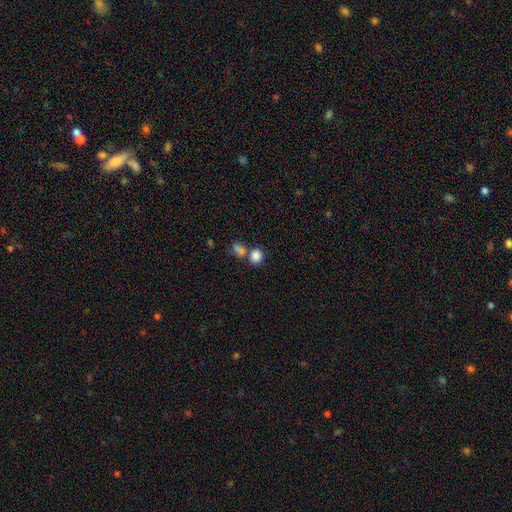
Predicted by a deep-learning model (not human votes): Q: Smooth or featured?
A: smooth (84%); runner-up: star or artifact (10%)
Q: How rounded?
A: round (71%); runner-up: in between (28%)
Q: Merging?
A: none (49%); runner-up: merger (39%)